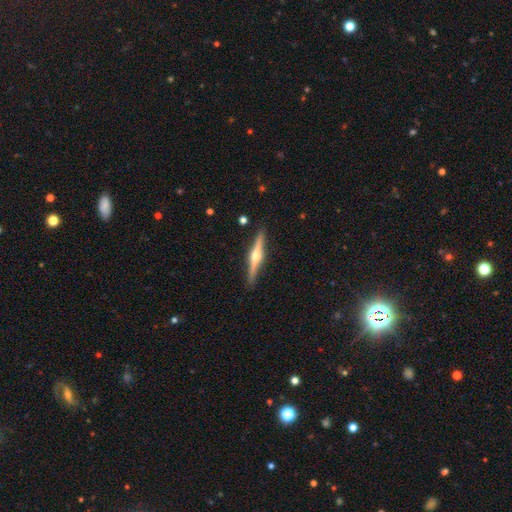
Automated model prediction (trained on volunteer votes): Smooth or featured? Predicted: featured or disk (p=0.78). Edge-on disk? Predicted: yes (p=0.98). Edge-on bulge? Predicted: rounded (p=0.94). Merging? Predicted: none (p=0.90).